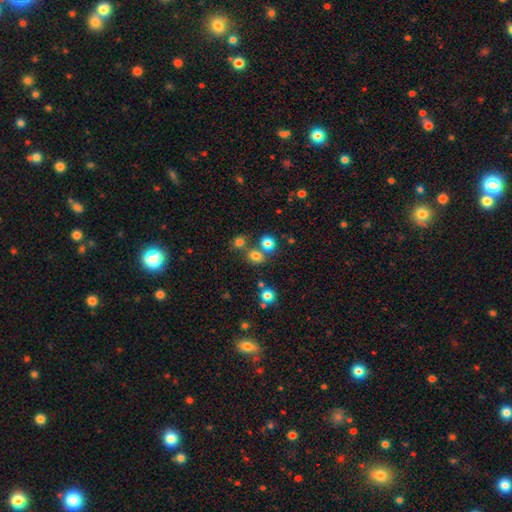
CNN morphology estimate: This is likely a smooth galaxy (74%). How rounded: likely round (78%). Merging: likely none (65%).